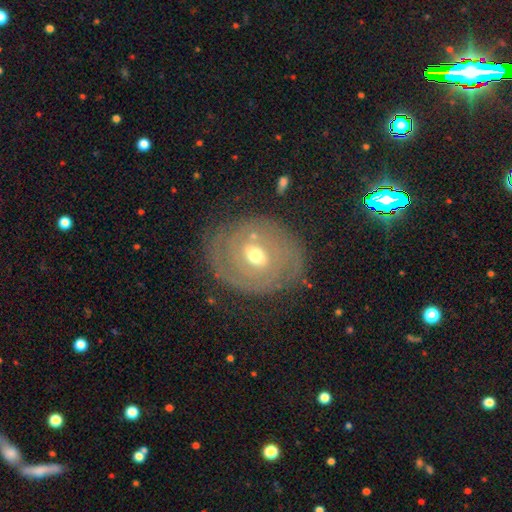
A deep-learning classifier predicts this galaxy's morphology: A featured or disk galaxy (74%) with a weak bar (46%), tight (73%) spiral arms (73%) and a moderate central bulge (63%). Merging: none (79%).